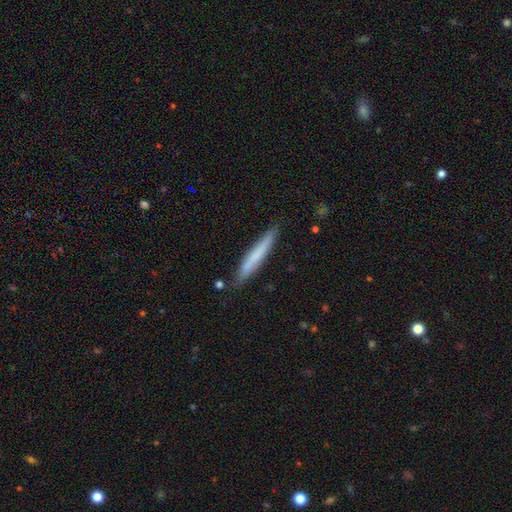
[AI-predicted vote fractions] Smooth or featured? Predicted: smooth (p=0.65). How rounded? Predicted: cigar-shaped (p=0.96). Merging? Predicted: none (p=0.85).